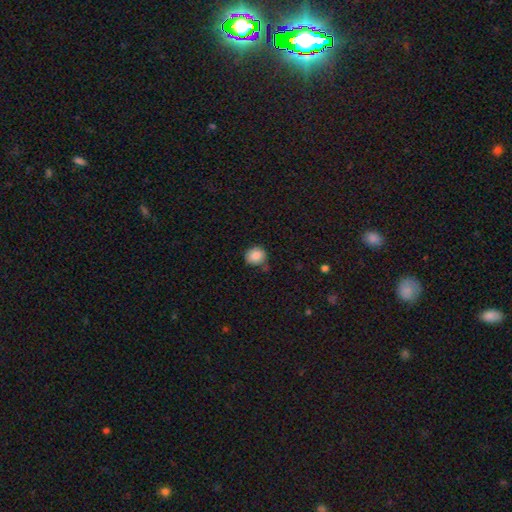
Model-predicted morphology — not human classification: Overall: smooth (85%). How rounded: round (78%). Merging: none (68%).